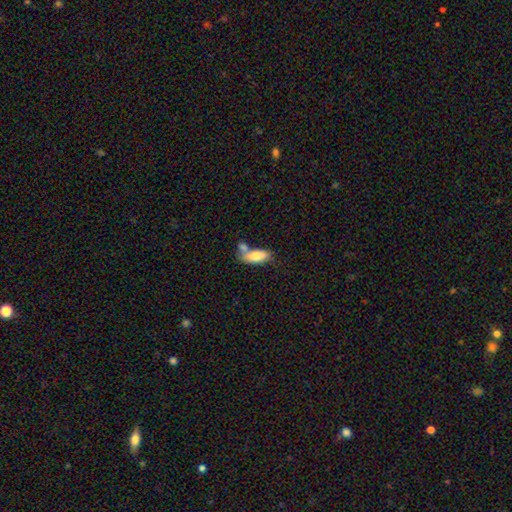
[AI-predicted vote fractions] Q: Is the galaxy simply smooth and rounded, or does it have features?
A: smooth — 75%.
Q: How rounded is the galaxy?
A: in between — 83%.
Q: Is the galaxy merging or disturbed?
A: none — 42%.